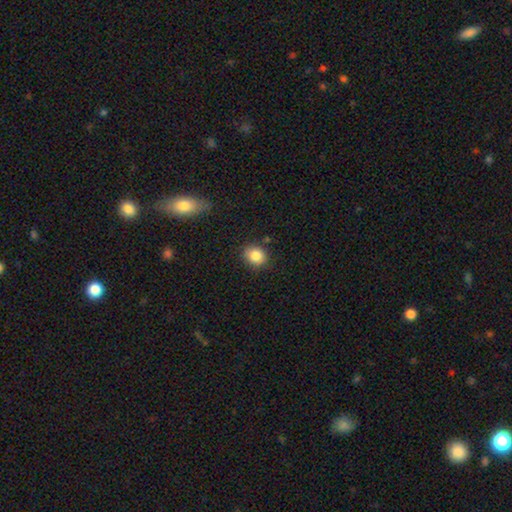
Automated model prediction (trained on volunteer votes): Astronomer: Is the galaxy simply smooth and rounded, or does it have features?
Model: smooth — 84%.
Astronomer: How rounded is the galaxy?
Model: round — 68%.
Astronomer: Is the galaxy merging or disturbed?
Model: none — 81%.